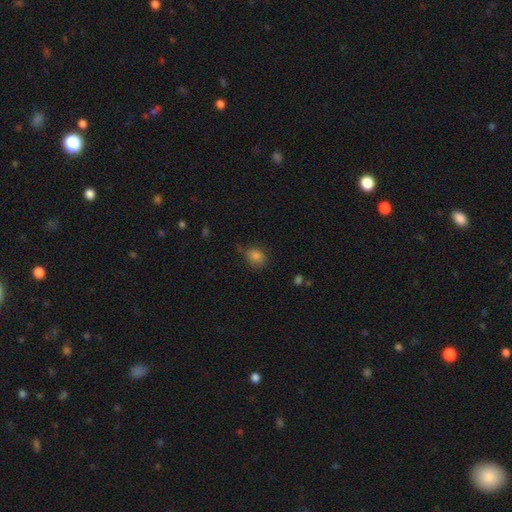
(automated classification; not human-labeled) Morphology: type=smooth (80%); roundness=round (53%); merging=none (55%).